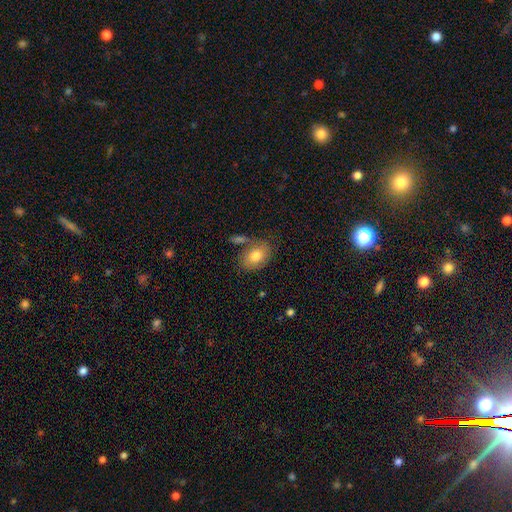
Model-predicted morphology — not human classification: Smooth or featured: smooth — 78% (featured or disk — 16%)
How rounded: in between — 82% (round — 17%)
Merging: none — 63% (minor disturbance — 18%)